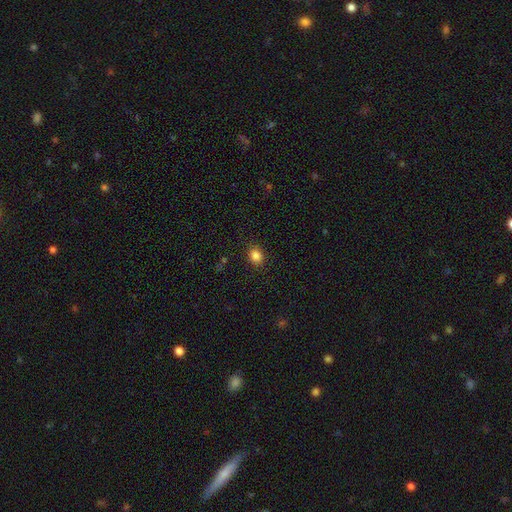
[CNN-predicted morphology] The model was most divided on "how rounded": round: 68%, in between: 31%, cigar-shaped: 1%. More confident: merging — none (89%); smooth or featured — smooth (84%).